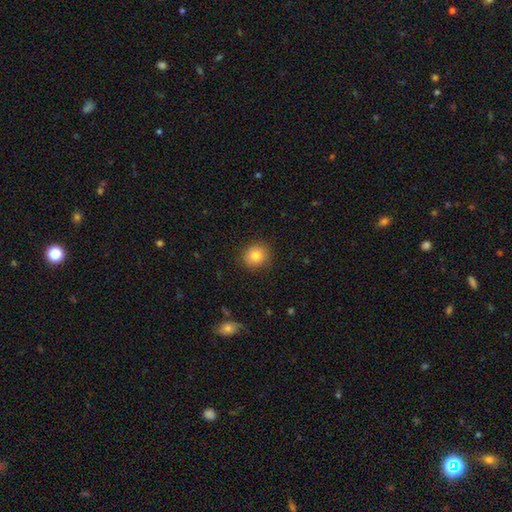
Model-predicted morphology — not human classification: Smooth or featured? Predicted: smooth (p=0.82). How rounded? Predicted: round (p=0.84). Merging? Predicted: none (p=0.88).